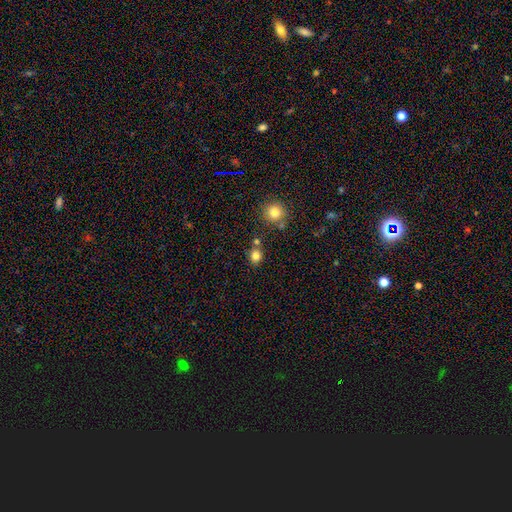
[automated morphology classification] smooth 81%, star or artifact 13%, featured or disk 6%. Down the decision tree: how rounded — round (74%); merging — none (72%).